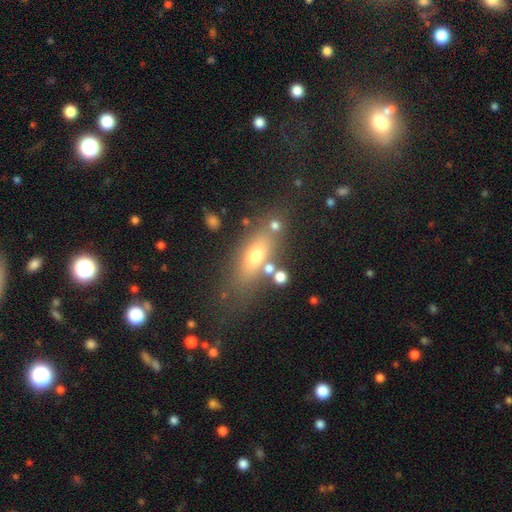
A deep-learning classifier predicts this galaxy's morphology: This is likely a smooth galaxy (61%). How rounded: likely in between (62%). Merging: likely none (67%).